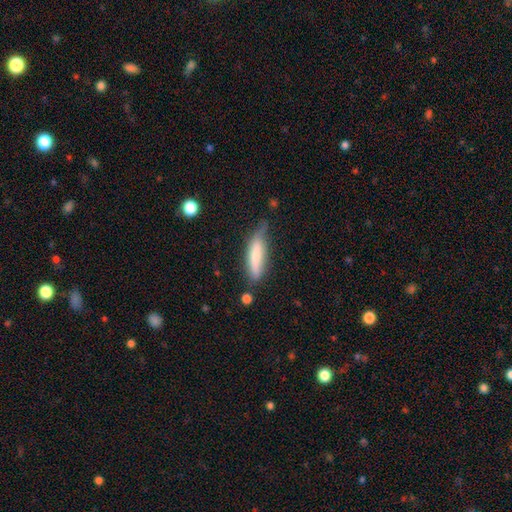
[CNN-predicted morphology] Overall: smooth (65%; featured or disk 26%). How rounded: cigar-shaped (77%). Merging: none (64%; minor disturbance 27%).